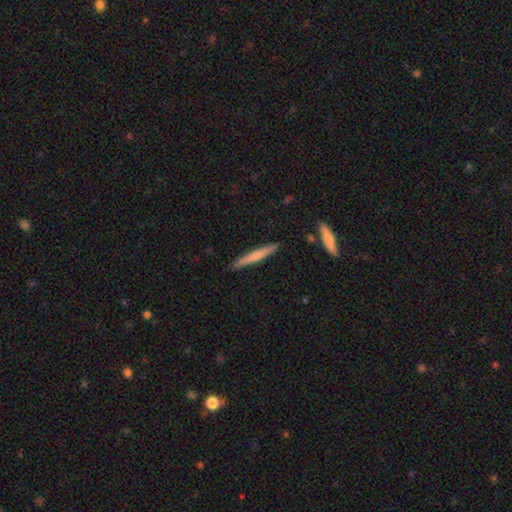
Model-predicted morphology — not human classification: A smooth galaxy with no disk features (63%) that is cigar-shaped (96%). Merging: none (90%).